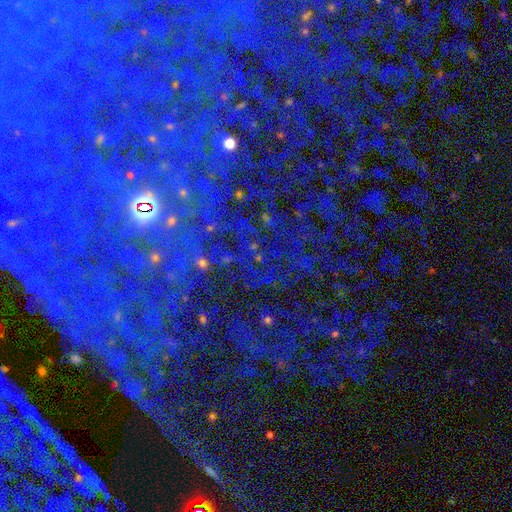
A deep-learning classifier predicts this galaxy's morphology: smooth-or-featured: star or artifact: 83% | featured or disk: 10% | smooth: 8%